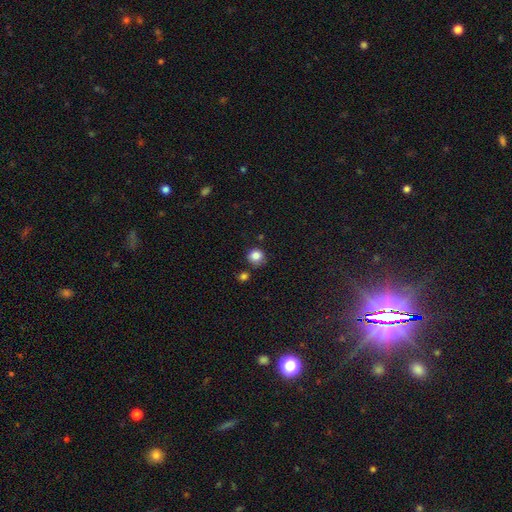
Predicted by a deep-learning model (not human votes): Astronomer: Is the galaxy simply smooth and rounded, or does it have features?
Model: smooth — 84%.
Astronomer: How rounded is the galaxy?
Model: round — 90%.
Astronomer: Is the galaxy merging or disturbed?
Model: none — 79%.